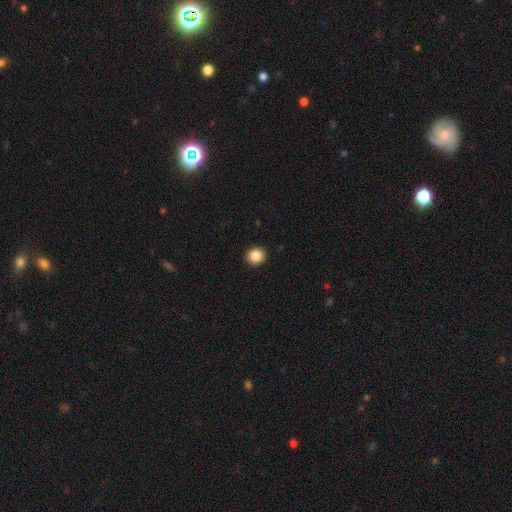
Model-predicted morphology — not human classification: This is clearly a smooth galaxy (86%). How rounded: clearly round (86%). Merging: clearly none (93%).